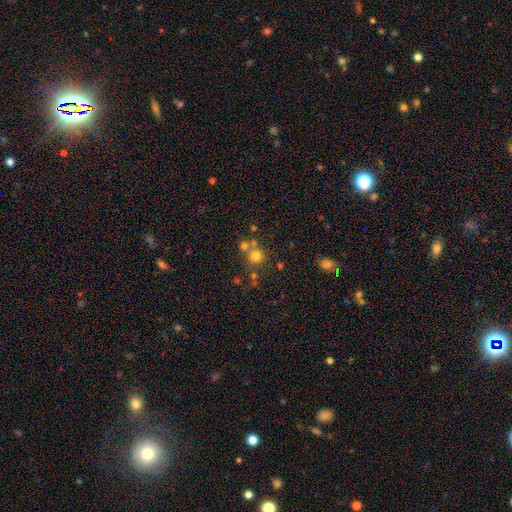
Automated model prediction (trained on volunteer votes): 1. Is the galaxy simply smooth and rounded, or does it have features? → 72% smooth, 18% star or artifact, 11% featured or disk.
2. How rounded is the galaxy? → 89% round, 10% in between, 1% cigar-shaped.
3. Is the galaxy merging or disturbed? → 60% none, 28% merger, 8% minor disturbance, 4% major disturbance.